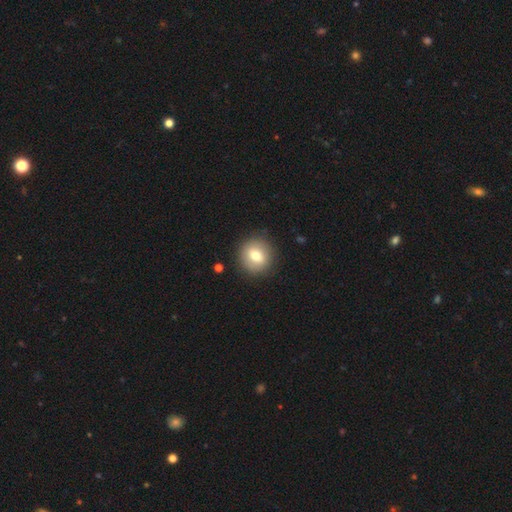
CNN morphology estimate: smooth_or_featured: smooth (p=0.72) [alt: featured or disk p=0.19]
how_rounded: round (p=0.89) [alt: in between p=0.10]
merging: none (p=0.89) [alt: minor disturbance p=0.07]